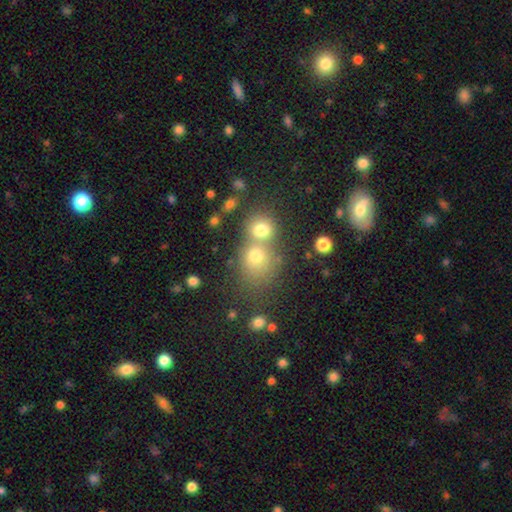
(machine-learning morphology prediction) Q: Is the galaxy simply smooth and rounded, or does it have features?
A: smooth — 71%.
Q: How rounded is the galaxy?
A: round — 71%.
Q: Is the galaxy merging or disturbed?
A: merger — 52%.